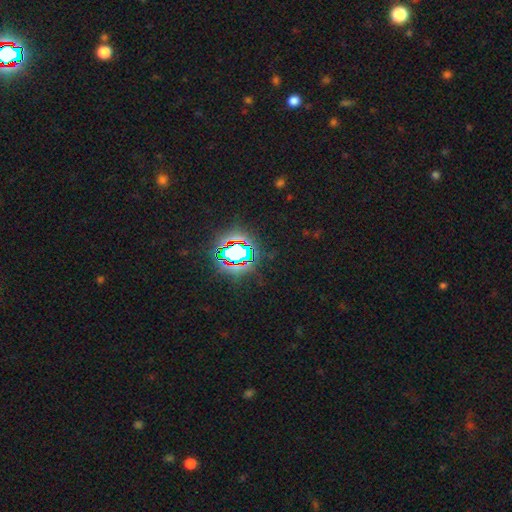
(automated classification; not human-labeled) Q: Smooth or featured?
A: star or artifact (80%); runner-up: smooth (12%)